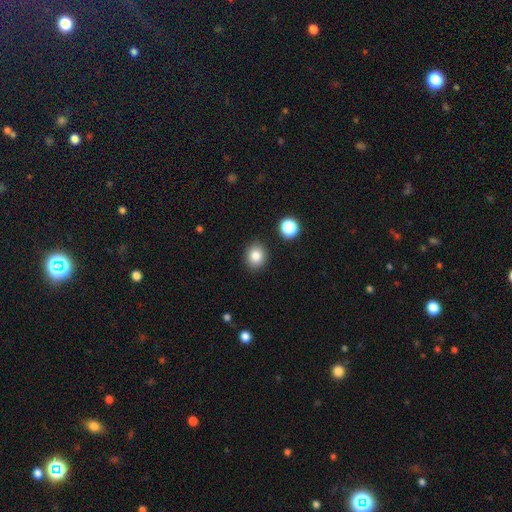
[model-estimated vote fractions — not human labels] smooth_or_featured: smooth (p=0.83) [alt: star or artifact p=0.11]
how_rounded: round (p=0.73) [alt: in between p=0.26]
merging: none (p=0.89) [alt: minor disturbance p=0.07]